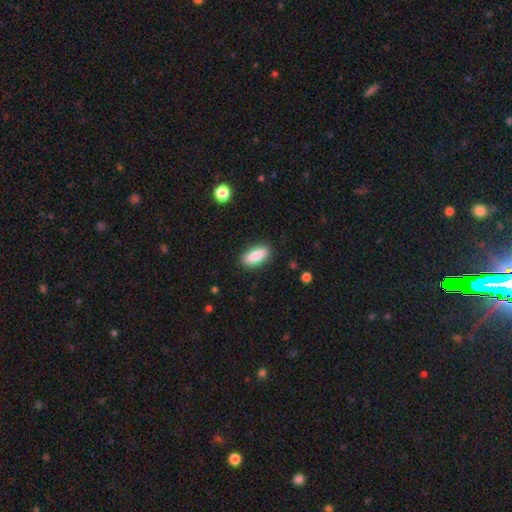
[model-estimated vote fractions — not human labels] smooth_or_featured: smooth (p=0.87) [alt: featured or disk p=0.07]
how_rounded: in between (p=0.79) [alt: cigar-shaped p=0.18]
merging: none (p=0.88) [alt: minor disturbance p=0.09]